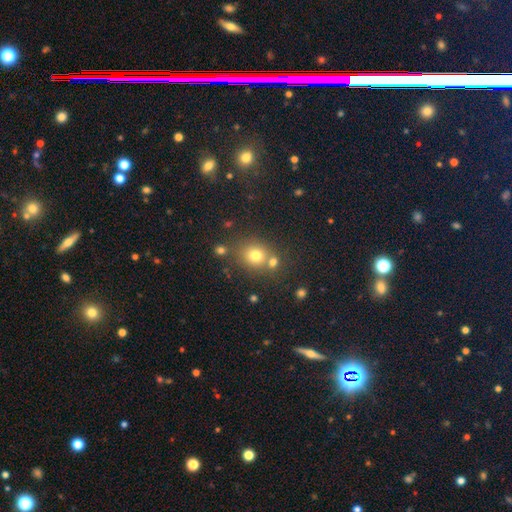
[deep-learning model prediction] Smooth or featured?
  - smooth: 74% *
  - star or artifact: 16%
  - featured or disk: 10%
How rounded?
  - round: 79% *
  - in between: 20%
  - cigar-shaped: 1%
Merging?
  - none: 64% *
  - merger: 22%
  - minor disturbance: 10%
  - major disturbance: 4%